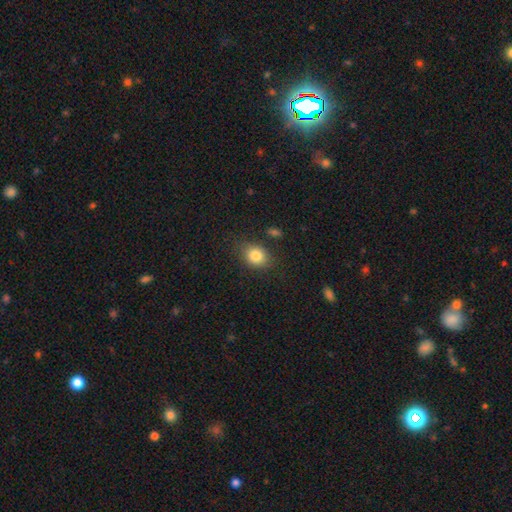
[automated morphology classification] This is clearly a smooth galaxy (83%). How rounded: possibly round (56%). Merging: likely none (78%).